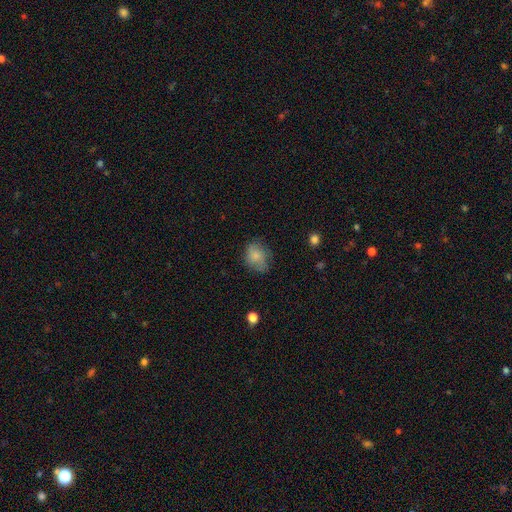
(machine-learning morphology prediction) Smooth or featured? Predicted: smooth (p=0.78). How rounded? Predicted: in between (p=0.50). Merging? Predicted: none (p=0.62).